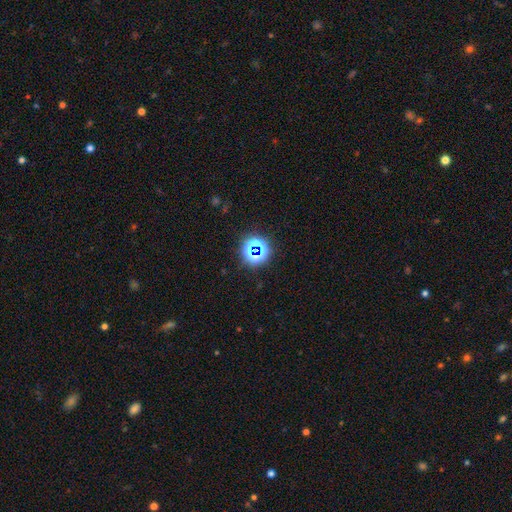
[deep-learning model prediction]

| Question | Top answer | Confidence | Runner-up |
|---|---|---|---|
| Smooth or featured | star or artifact | 68% | smooth (22%) |